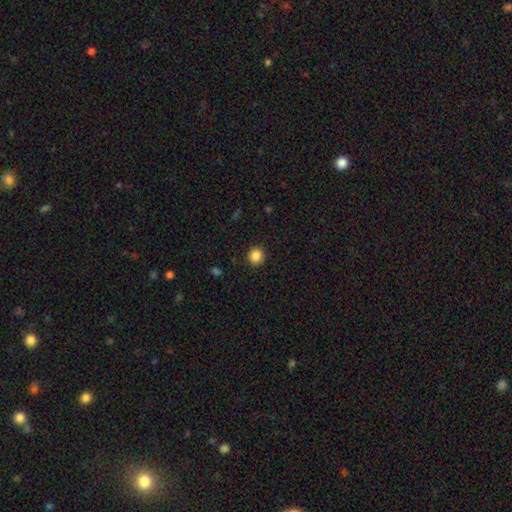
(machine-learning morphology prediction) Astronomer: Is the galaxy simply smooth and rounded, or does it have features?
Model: smooth — 87%.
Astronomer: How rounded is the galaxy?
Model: round — 93%.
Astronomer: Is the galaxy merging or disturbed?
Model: none — 91%.